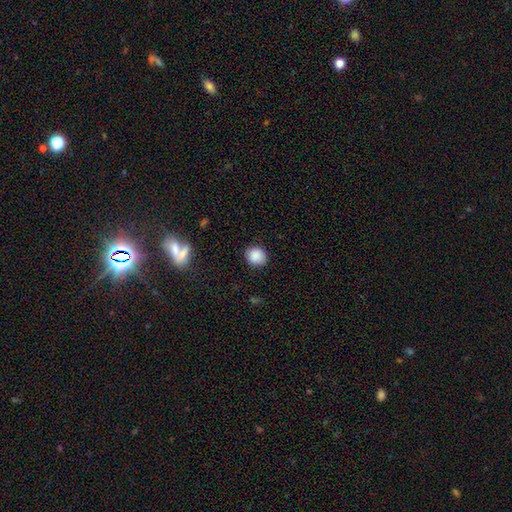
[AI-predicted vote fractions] Smooth or featured: smooth — 87% (star or artifact — 10%)
How rounded: round — 80% (in between — 19%)
Merging: none — 87% (minor disturbance — 9%)